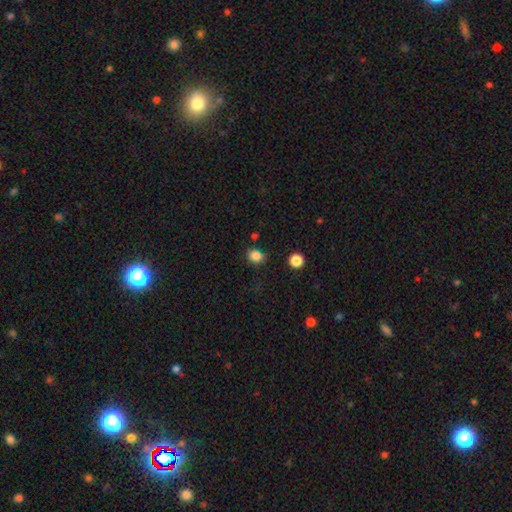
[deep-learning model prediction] This appears to be a smooth galaxy with no disk features (84%) that is round (67%). Merging: none (75%).